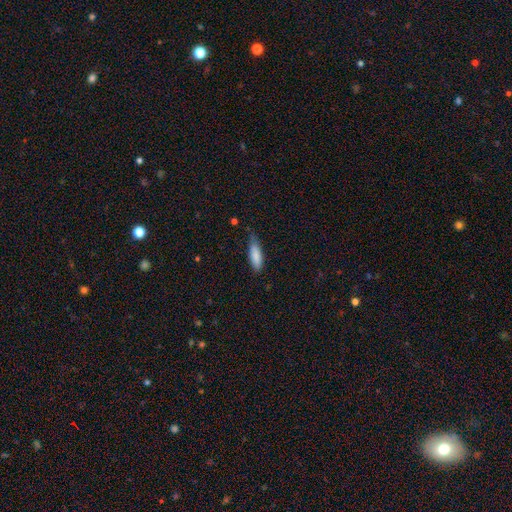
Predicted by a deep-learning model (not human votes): Morphology: type=smooth (85%); roundness=in between (53%); merging=none (62%).